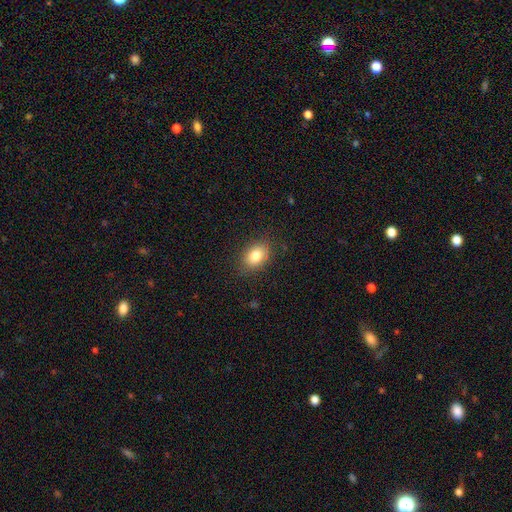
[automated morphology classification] Smooth or featured? smooth (82%)
How rounded? in between (76%)
Merging? none (84%)